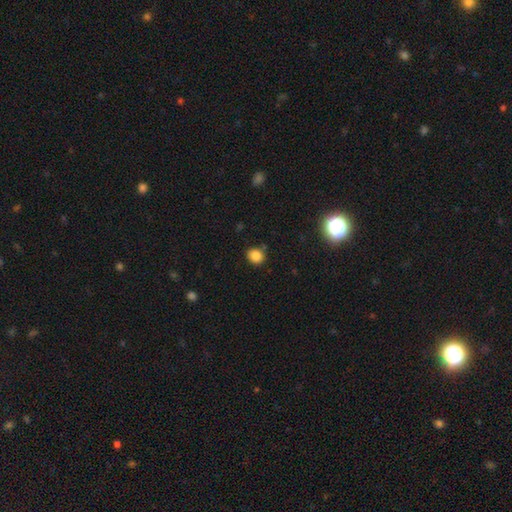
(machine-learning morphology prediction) type=smooth (84%); roundness=round (72%); merging=none (83%).